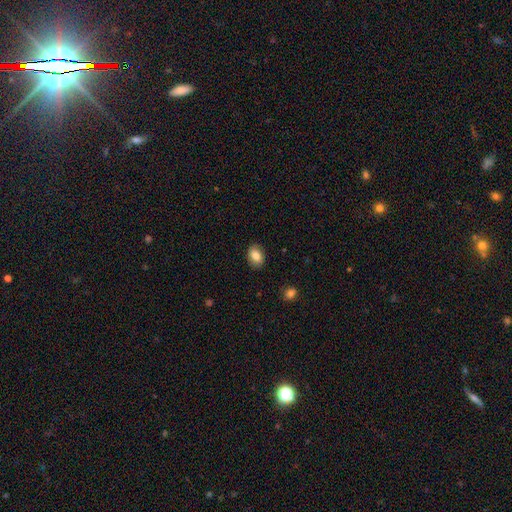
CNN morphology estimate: Smooth or featured? smooth (83%)
How rounded? in between (81%)
Merging? none (86%)